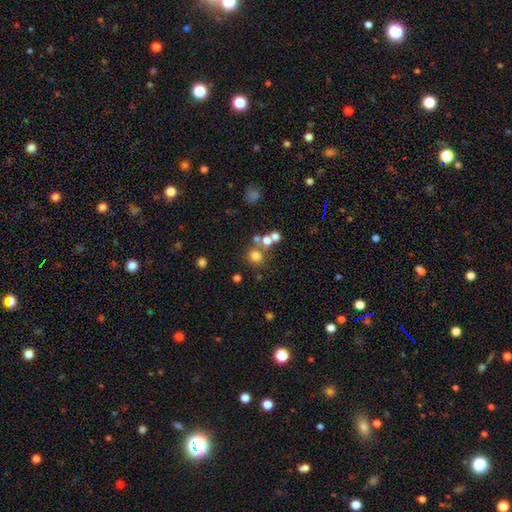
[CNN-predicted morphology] Smooth or featured? Predicted: smooth (p=0.71). How rounded? Predicted: round (p=0.85). Merging? Predicted: none (p=0.61).